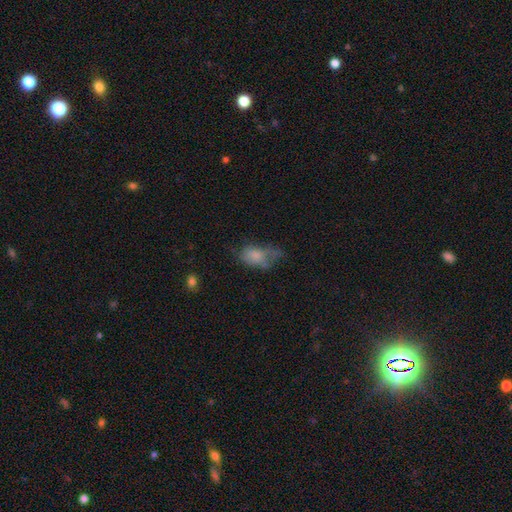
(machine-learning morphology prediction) This appears to be a smooth galaxy with no disk features (68%) that is in between round and cigar-shaped (87%). Merging: major disturbance (37%).